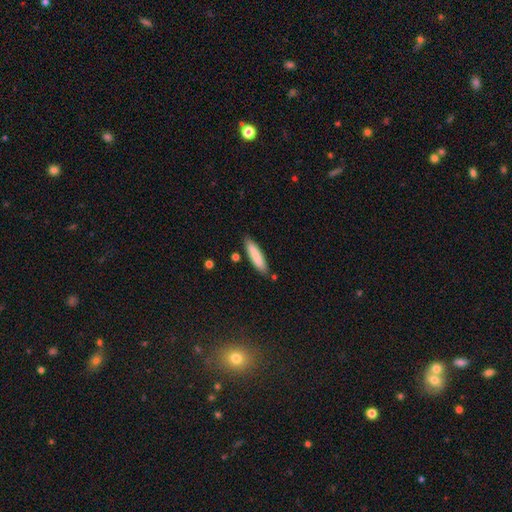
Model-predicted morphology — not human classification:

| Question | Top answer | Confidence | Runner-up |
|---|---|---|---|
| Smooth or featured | smooth | 85% | featured or disk (10%) |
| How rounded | cigar-shaped | 79% | in between (20%) |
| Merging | none | 84% | minor disturbance (10%) |